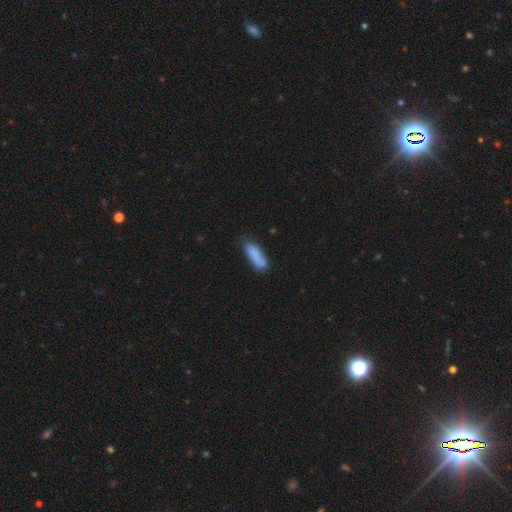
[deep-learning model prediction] Q: Smooth or featured?
A: smooth (81%); runner-up: featured or disk (12%)
Q: How rounded?
A: in between (52%); runner-up: cigar-shaped (46%)
Q: Merging?
A: none (58%); runner-up: minor disturbance (27%)